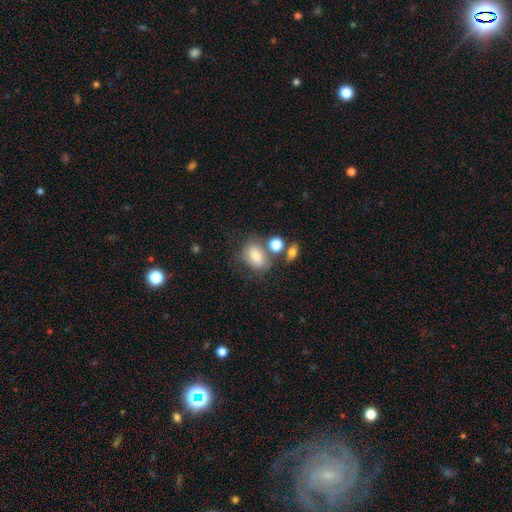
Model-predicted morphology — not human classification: smooth 73%, featured or disk 17%, star or artifact 10%. Down the decision tree: how rounded — in between (67%); merging — none (54%).